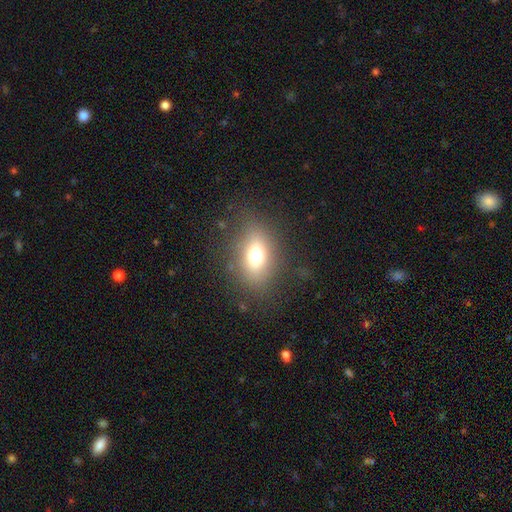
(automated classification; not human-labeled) Morphology: type=smooth (69%); roundness=in between (68%); merging=none (79%).